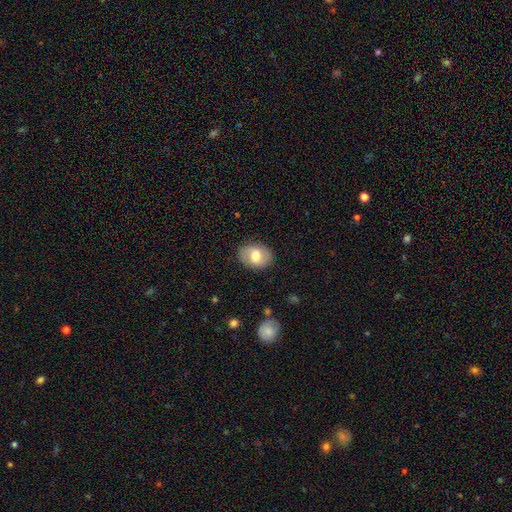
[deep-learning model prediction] This appears to be a smooth galaxy with no disk features (65%) that is in between round and cigar-shaped (67%). Merging: none (85%).